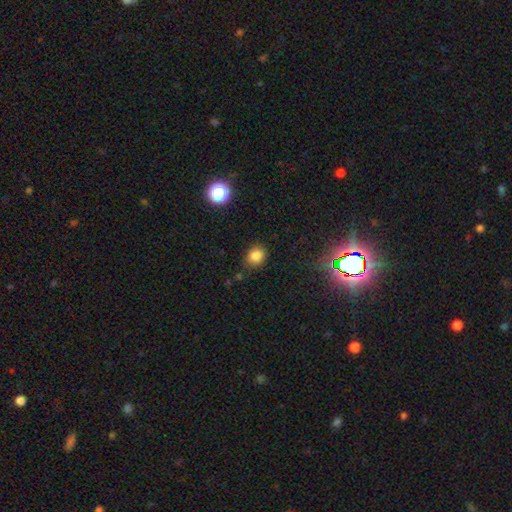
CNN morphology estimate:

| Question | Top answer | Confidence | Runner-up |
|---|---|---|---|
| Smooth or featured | smooth | 82% | star or artifact (13%) |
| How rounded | round | 63% | in between (36%) |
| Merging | none | 80% | minor disturbance (14%) |